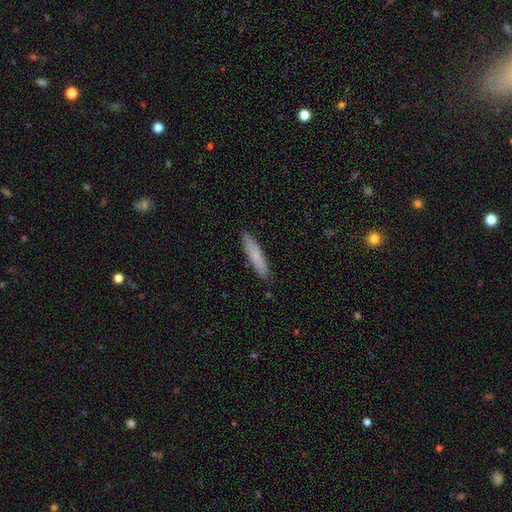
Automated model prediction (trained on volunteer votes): Smooth or featured: smooth — 74% (featured or disk — 20%)
How rounded: cigar-shaped — 86% (in between — 13%)
Merging: none — 88% (minor disturbance — 9%)